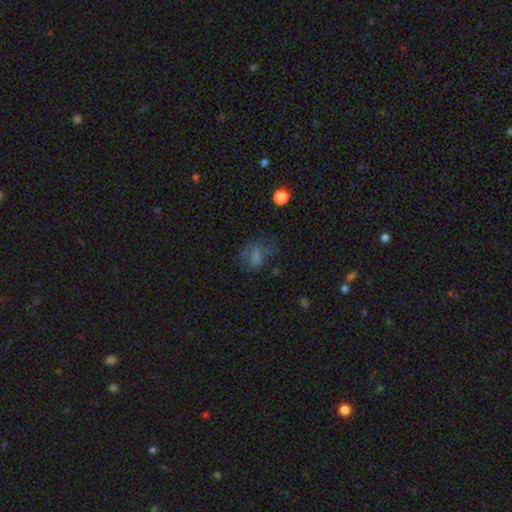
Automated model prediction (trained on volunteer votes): Smooth or featured? Predicted: smooth (p=0.58). How rounded? Predicted: in between (p=0.72). Merging? Predicted: none (p=0.44).